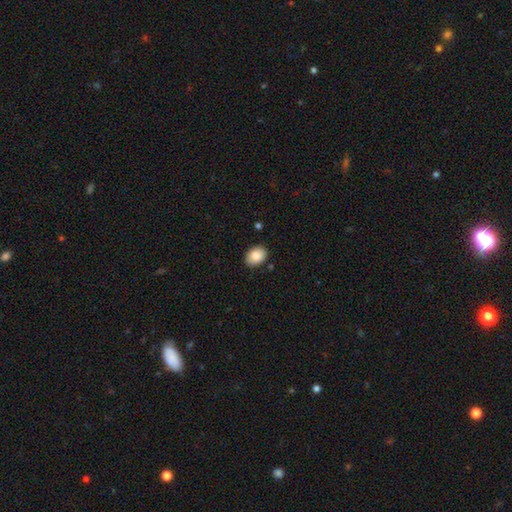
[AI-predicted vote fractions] Smooth or featured? Predicted: smooth (p=0.84). How rounded? Predicted: in between (p=0.71). Merging? Predicted: none (p=0.88).